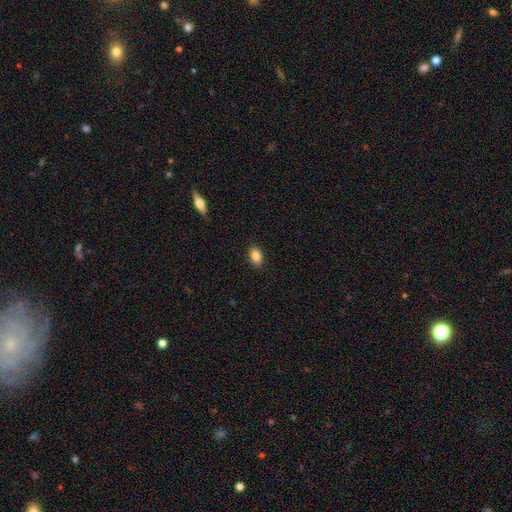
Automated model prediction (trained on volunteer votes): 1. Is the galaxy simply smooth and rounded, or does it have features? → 86% smooth, 8% star or artifact, 6% featured or disk.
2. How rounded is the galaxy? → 87% in between, 11% round, 2% cigar-shaped.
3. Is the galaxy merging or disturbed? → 89% none, 8% minor disturbance, 2% major disturbance, 1% merger.